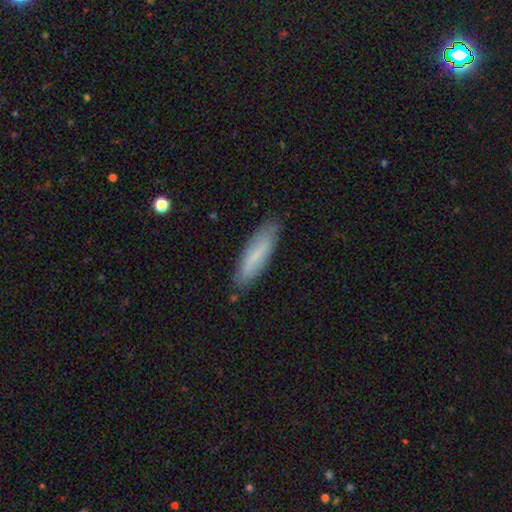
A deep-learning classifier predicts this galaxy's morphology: This is likely a smooth galaxy (65%). How rounded: likely cigar-shaped (66%). Merging: clearly none (84%).